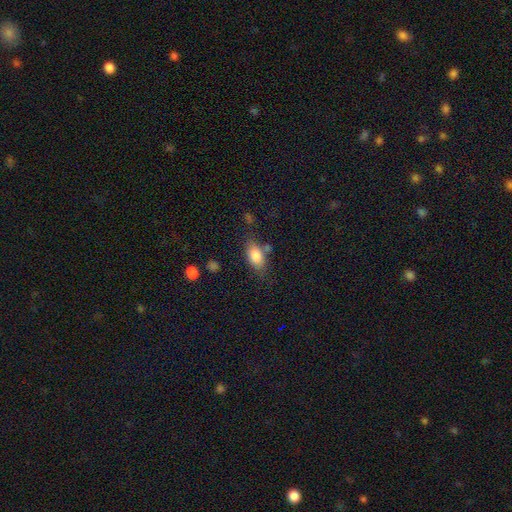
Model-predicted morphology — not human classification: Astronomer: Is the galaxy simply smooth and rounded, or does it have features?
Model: smooth — 84%.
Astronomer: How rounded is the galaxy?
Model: in between — 88%.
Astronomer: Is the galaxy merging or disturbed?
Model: none — 66%.